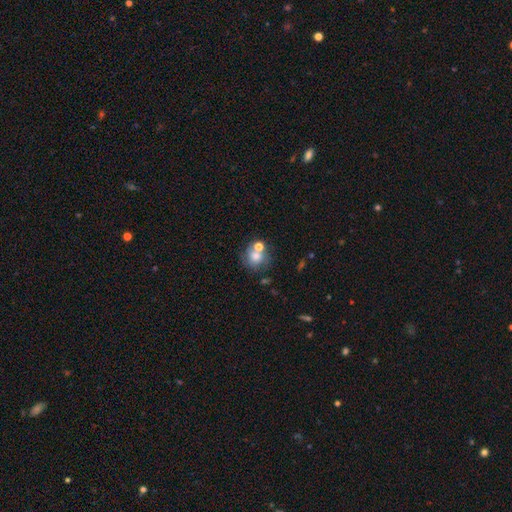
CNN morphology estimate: Smooth or featured?
  - smooth: 70% *
  - featured or disk: 18%
  - star or artifact: 12%
How rounded?
  - round: 76% *
  - in between: 23%
  - cigar-shaped: 1%
Merging?
  - none: 48% *
  - merger: 31%
  - minor disturbance: 14%
  - major disturbance: 7%